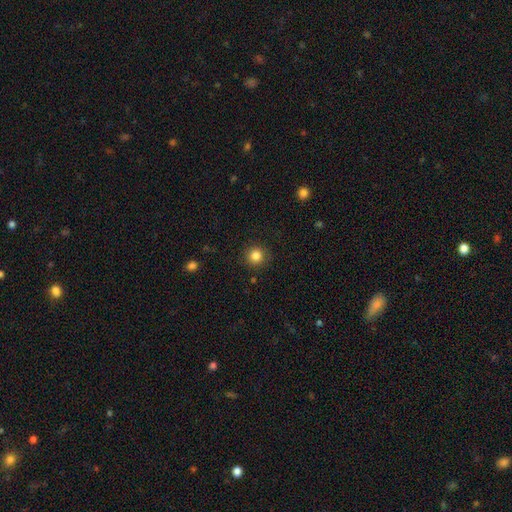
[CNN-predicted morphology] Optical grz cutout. It shows a smooth galaxy with no disk features (84%) that is round (94%). Merging: none (90%).